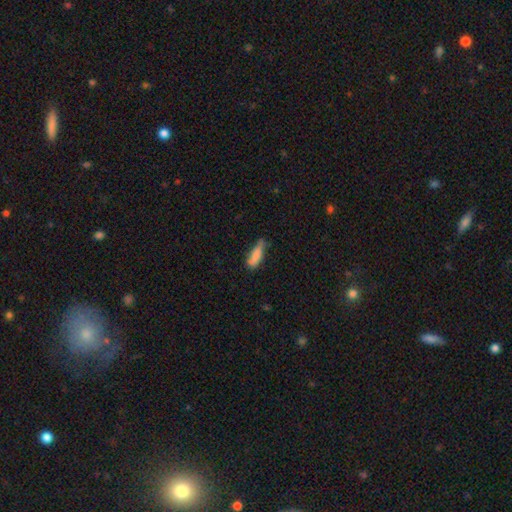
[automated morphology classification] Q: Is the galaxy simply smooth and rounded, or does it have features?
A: smooth — 81%.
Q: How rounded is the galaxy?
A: cigar-shaped — 54%.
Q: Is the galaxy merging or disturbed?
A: none — 50%.